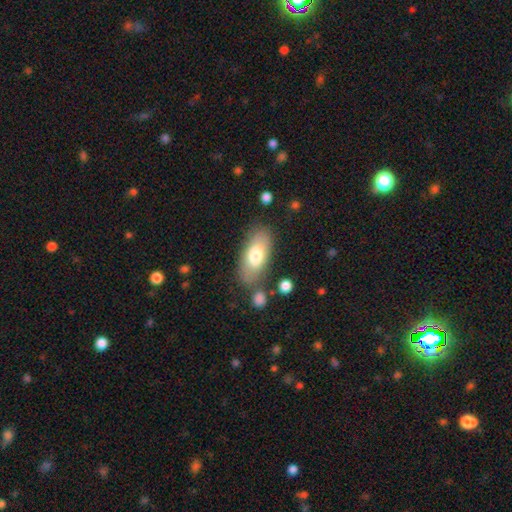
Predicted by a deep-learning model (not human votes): Q: Smooth or featured?
A: smooth (72%); runner-up: featured or disk (21%)
Q: How rounded?
A: in between (86%); runner-up: cigar-shaped (11%)
Q: Merging?
A: none (74%); runner-up: minor disturbance (15%)